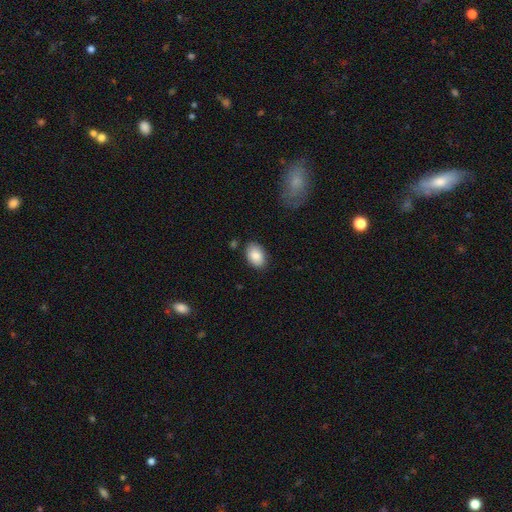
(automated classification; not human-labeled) smooth 87%, featured or disk 7%, star or artifact 7%. Down the decision tree: how rounded — in between (88%); merging — none (83%).